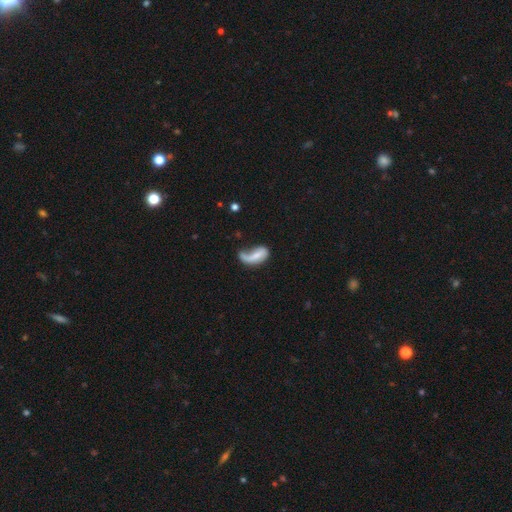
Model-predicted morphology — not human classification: Smooth or featured? Predicted: smooth (p=0.46, tied with featured or disk). Merging? Predicted: major disturbance (p=0.41).